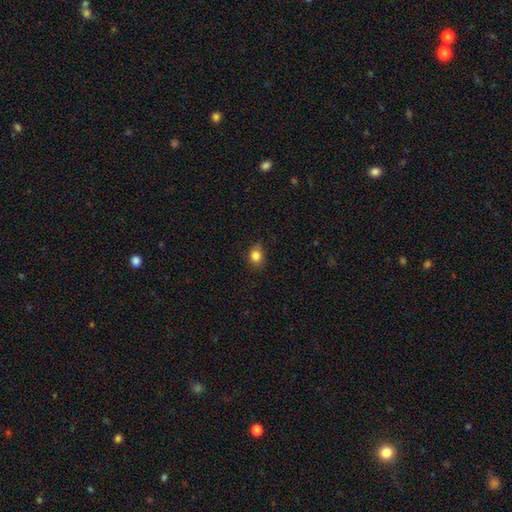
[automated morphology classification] A smooth galaxy with no disk features (83%) that is round (58%). Merging: none (75%).